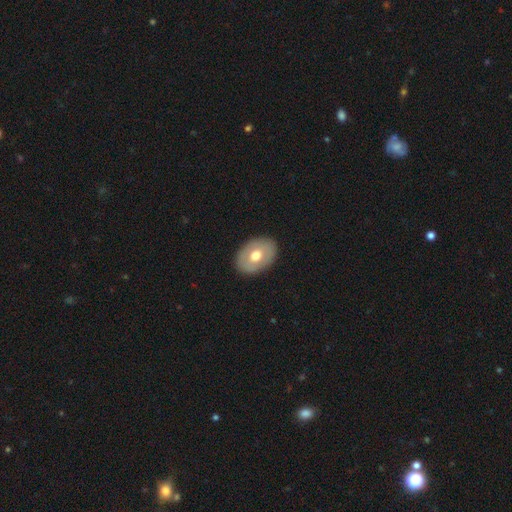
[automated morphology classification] Overall: smooth (59%; featured or disk 35%). How rounded: in between (78%). Merging: none (87%).